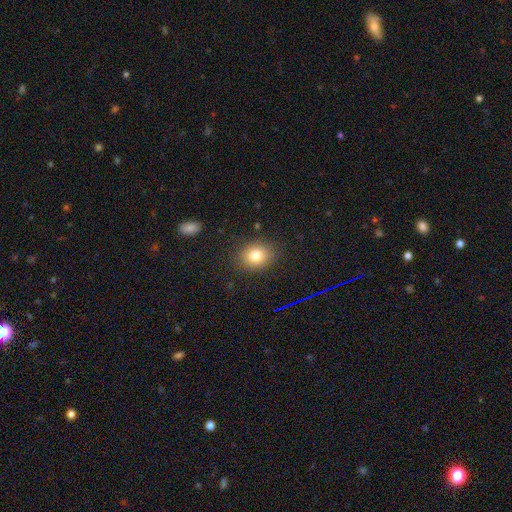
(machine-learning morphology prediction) Smooth or featured? Predicted: smooth (p=0.80). How rounded? Predicted: round (p=0.55). Merging? Predicted: none (p=0.86).